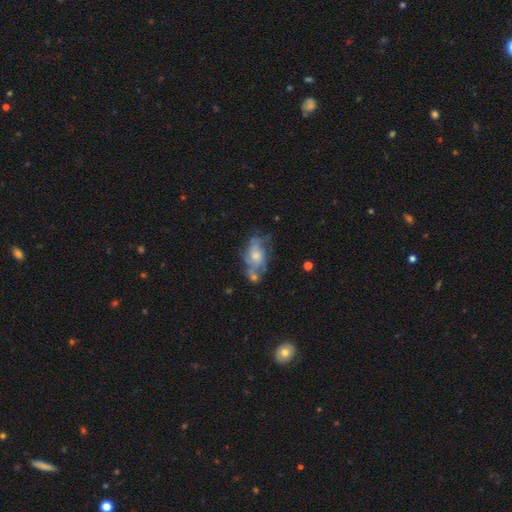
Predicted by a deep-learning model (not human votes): A featured or disk galaxy (62%) with no bar (77%), spiral arms (64%) and a moderate central bulge (52%). Merging: none (40%).